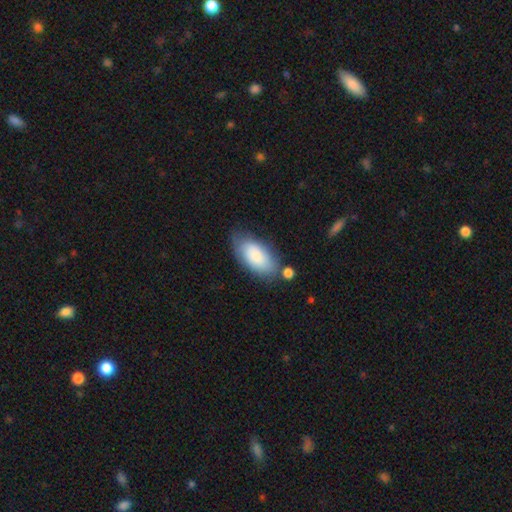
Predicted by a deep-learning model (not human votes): Overall: smooth (81%). How rounded: in between (93%). Merging: none (64%).